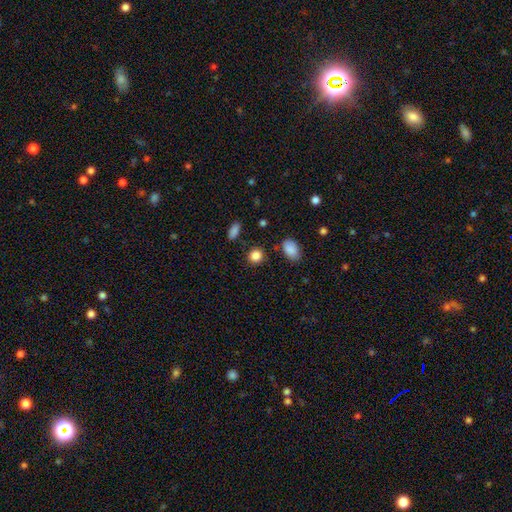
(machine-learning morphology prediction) type=smooth (86%); roundness=round (81%); merging=none (87%).